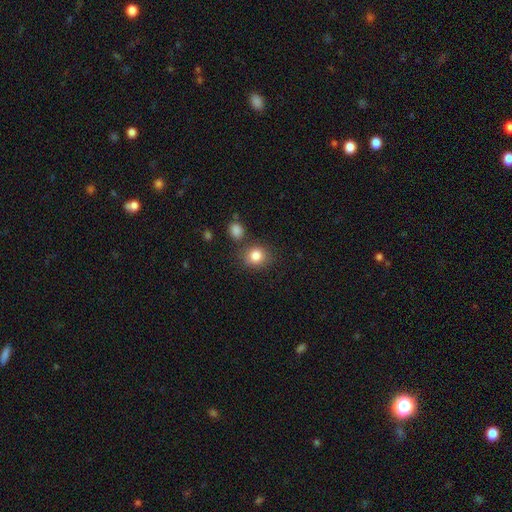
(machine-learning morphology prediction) A smooth galaxy with no disk features (83%) that is round (76%).

Vote fractions:
- Smooth or featured? smooth: 83% / star or artifact: 10% / featured or disk: 6%
- How rounded? round: 76% / in between: 23% / cigar-shaped: 1%
- Merging? none: 75% / minor disturbance: 12% / merger: 9% / major disturbance: 4%